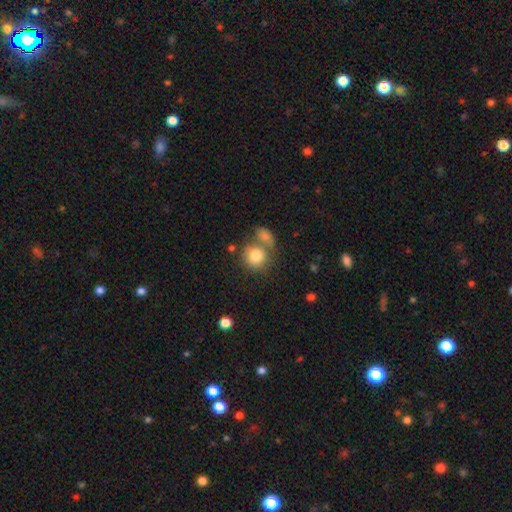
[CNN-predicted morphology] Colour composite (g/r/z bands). It shows a smooth galaxy with no disk features (80%) that is round (84%). Merging: none (48%).